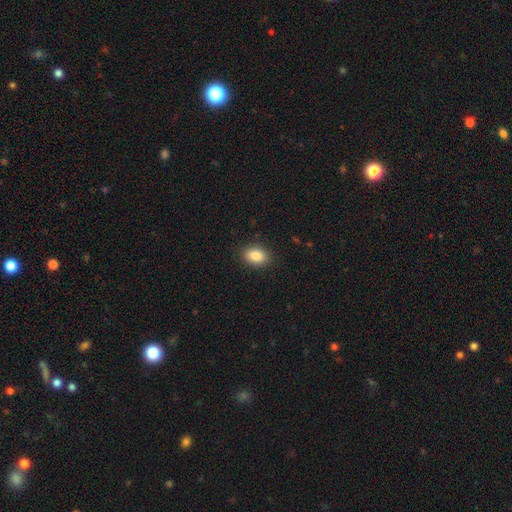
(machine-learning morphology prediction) This is clearly a smooth galaxy (85%). How rounded: likely in between (79%). Merging: clearly none (89%).